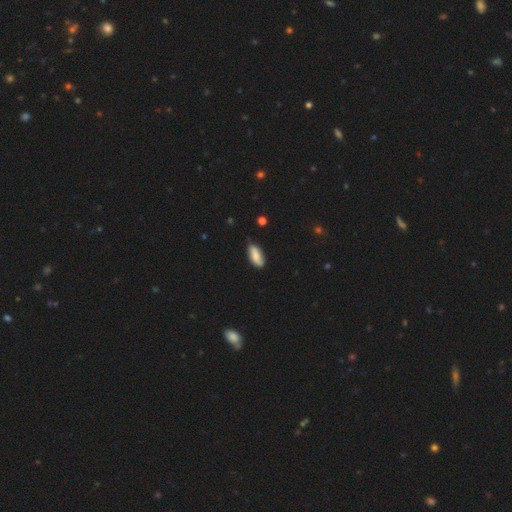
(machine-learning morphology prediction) This appears to be a smooth galaxy with no disk features (75%) that is in between round and cigar-shaped (82%). Merging: none (69%).